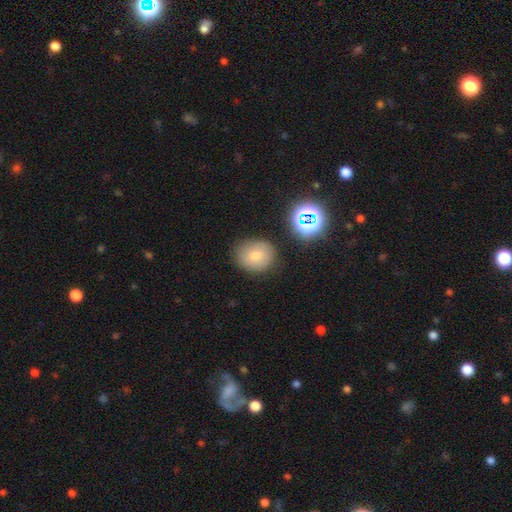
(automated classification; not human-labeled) Smooth or featured?
  - smooth: 69% *
  - star or artifact: 17%
  - featured or disk: 14%
How rounded?
  - round: 70% *
  - in between: 29%
  - cigar-shaped: 1%
Merging?
  - none: 83% *
  - minor disturbance: 10%
  - merger: 3%
  - major disturbance: 3%